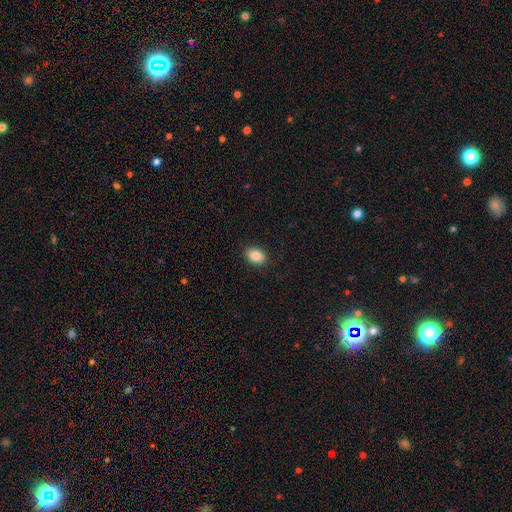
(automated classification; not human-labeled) This appears to be a smooth galaxy with no disk features (87%) that is in between round and cigar-shaped (78%). Merging: none (89%).